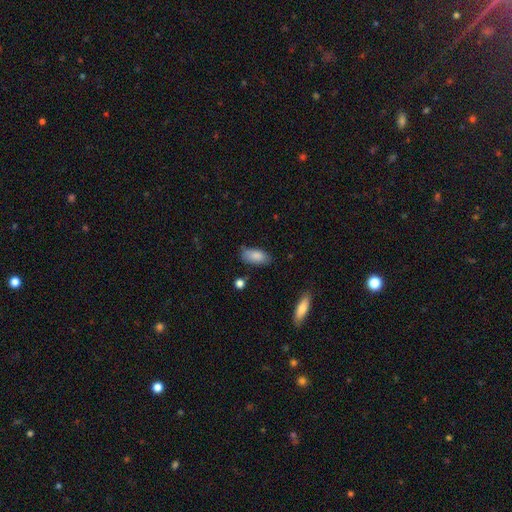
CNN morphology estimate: smooth_or_featured: smooth (p=0.86) [alt: featured or disk p=0.07]
how_rounded: in between (p=0.89) [alt: cigar-shaped p=0.09]
merging: none (p=0.69) [alt: minor disturbance p=0.23]